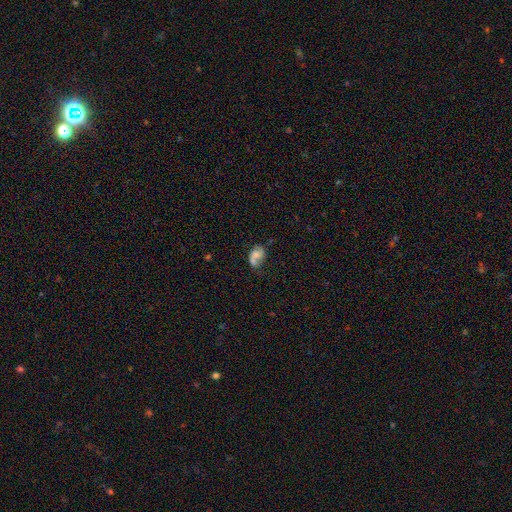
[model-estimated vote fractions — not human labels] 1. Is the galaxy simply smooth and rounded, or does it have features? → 48% smooth, 41% featured or disk, 10% star or artifact.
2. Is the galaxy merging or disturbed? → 38% none, 24% minor disturbance, 24% merger, 14% major disturbance.